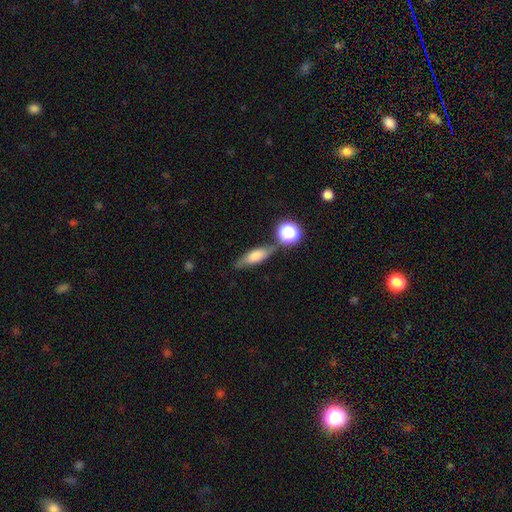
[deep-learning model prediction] Q: Smooth or featured?
A: smooth (59%); runner-up: featured or disk (30%)
Q: How rounded?
A: in between (46%); tied with: cigar-shaped (46%)
Q: Merging?
A: none (67%); runner-up: minor disturbance (16%)